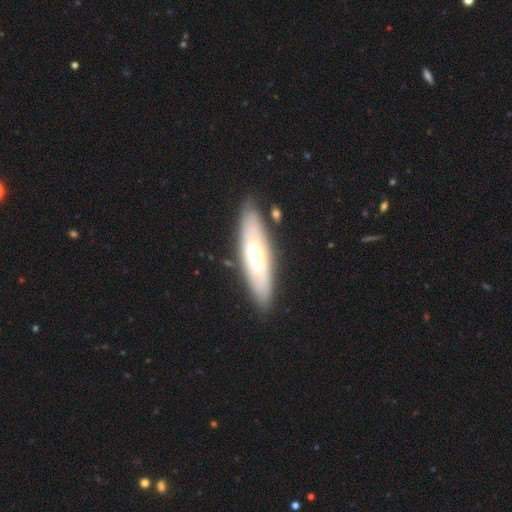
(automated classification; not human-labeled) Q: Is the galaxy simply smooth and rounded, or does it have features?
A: featured or disk — 53%.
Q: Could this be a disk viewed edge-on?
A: no — 59%.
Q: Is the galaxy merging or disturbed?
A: none — 81%.